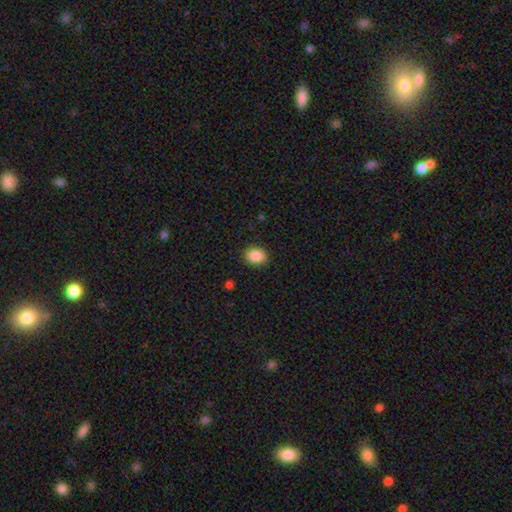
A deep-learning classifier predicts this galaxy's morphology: smooth-or-featured: smooth: 88% | star or artifact: 8% | featured or disk: 4%
  how-rounded: in between: 56% | round: 43% | cigar-shaped: 1%
  merging: none: 89% | minor disturbance: 8% | major disturbance: 2% | merger: 1%